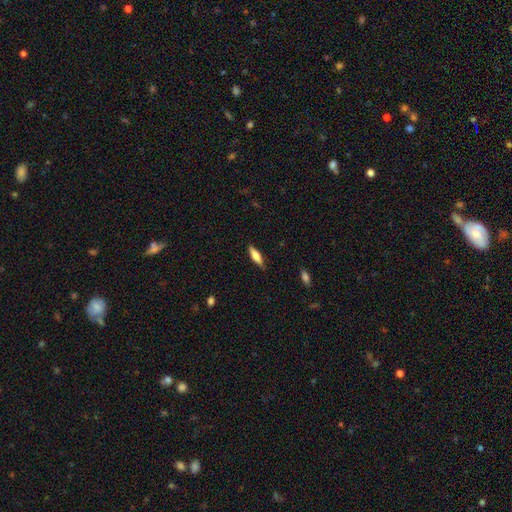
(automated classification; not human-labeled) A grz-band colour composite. It shows a smooth galaxy with no disk features (70%) that is cigar-shaped (56%). Merging: none (85%).